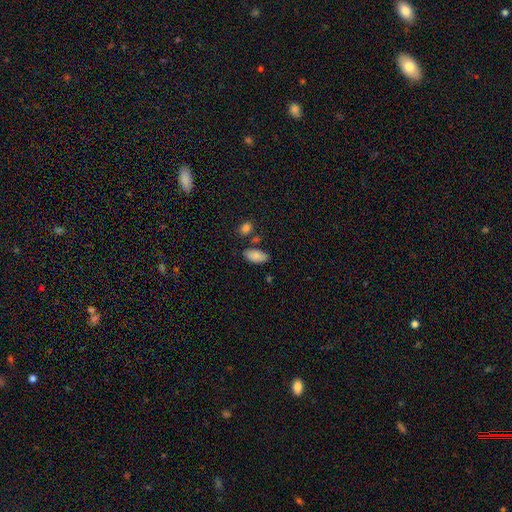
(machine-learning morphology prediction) Overall: smooth (87%). How rounded: in between (92%). Merging: none (74%).